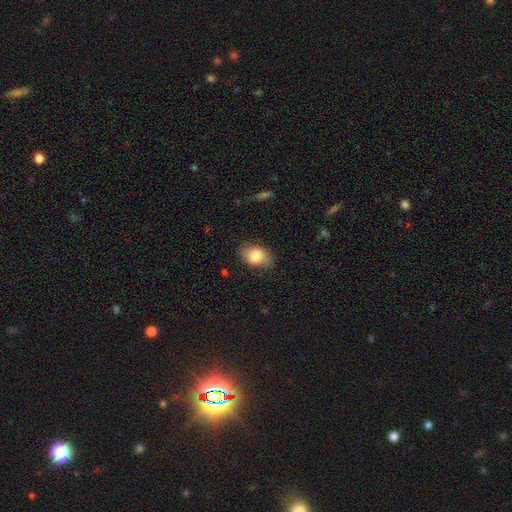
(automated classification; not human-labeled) A smooth galaxy with no disk features (83%) that is in between round and cigar-shaped (84%).

Vote fractions:
- Smooth or featured? smooth: 83% / featured or disk: 10% / star or artifact: 7%
- How rounded? in between: 84% / round: 15% / cigar-shaped: 1%
- Merging? none: 79% / minor disturbance: 16% / major disturbance: 4% / merger: 1%